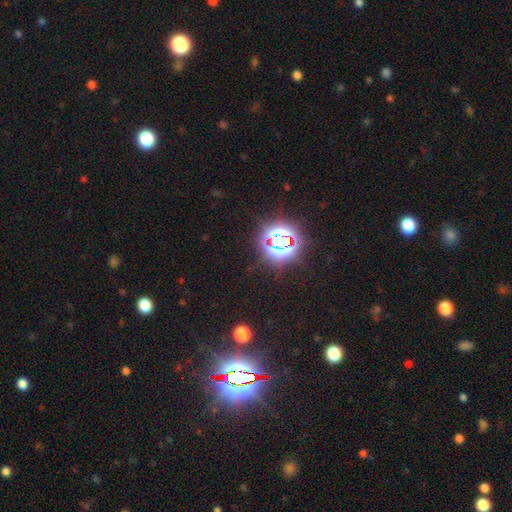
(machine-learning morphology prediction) This appears to be a star or artifact, not a galaxy (82%).